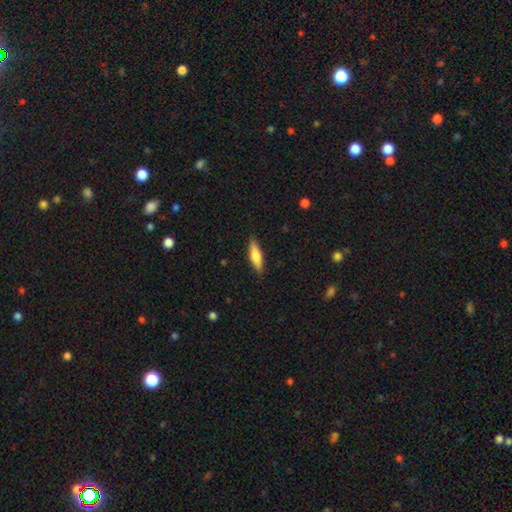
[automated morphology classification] smooth 69%, featured or disk 26%, star or artifact 6%. Down the decision tree: how rounded — cigar-shaped (63%); merging — none (88%).